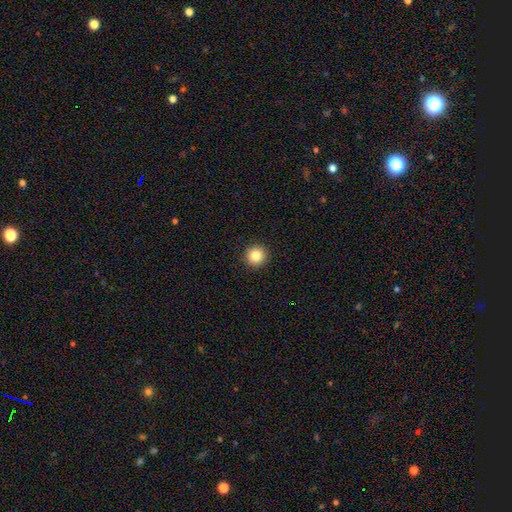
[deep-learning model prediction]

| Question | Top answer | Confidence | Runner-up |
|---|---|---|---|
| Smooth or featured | smooth | 85% | star or artifact (10%) |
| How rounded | round | 94% | in between (5%) |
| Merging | none | 93% | minor disturbance (4%) |